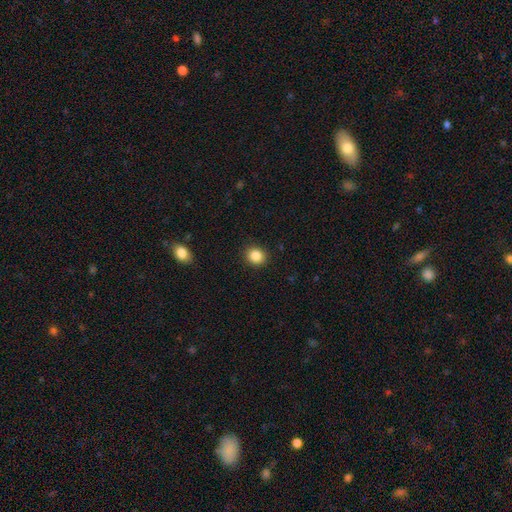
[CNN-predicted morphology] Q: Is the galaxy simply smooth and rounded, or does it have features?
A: smooth — 86%.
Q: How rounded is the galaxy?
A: round — 80%.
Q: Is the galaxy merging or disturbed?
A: none — 90%.